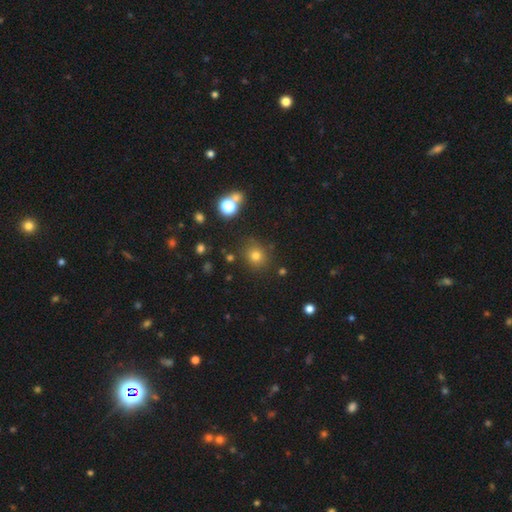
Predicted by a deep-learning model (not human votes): smooth 75%, star or artifact 18%, featured or disk 7%. Down the decision tree: how rounded — round (82%); merging — none (82%).